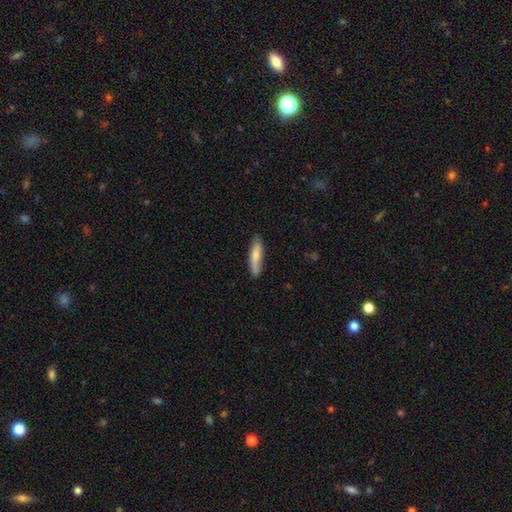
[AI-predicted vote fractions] The model was most divided on "how rounded": cigar-shaped: 72%, in between: 26%, round: 2%. More confident: merging — none (80%); smooth or featured — smooth (70%).